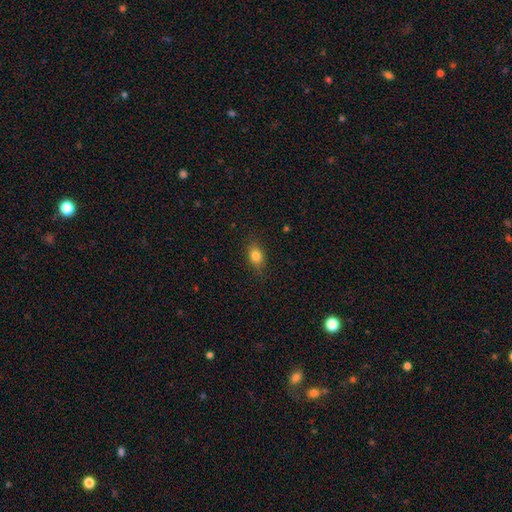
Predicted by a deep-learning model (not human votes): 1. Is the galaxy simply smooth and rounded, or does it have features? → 83% smooth, 10% star or artifact, 8% featured or disk.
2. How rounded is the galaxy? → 74% in between, 23% round, 3% cigar-shaped.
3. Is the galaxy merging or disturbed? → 85% none, 12% minor disturbance, 3% major disturbance, 1% merger.